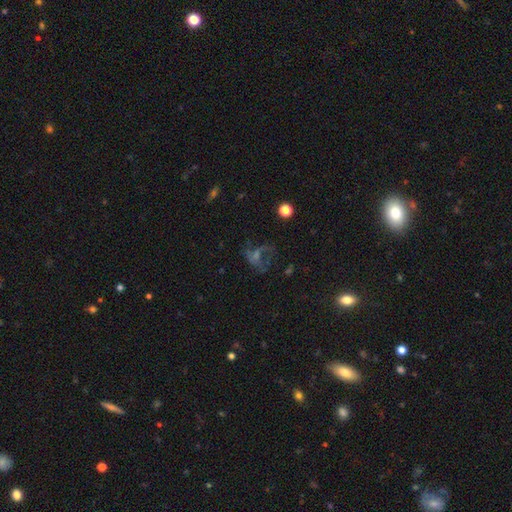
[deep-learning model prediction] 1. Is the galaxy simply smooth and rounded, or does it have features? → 47% featured or disk, 30% star or artifact, 23% smooth.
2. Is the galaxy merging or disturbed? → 43% none, 37% major disturbance, 17% minor disturbance, 4% merger.